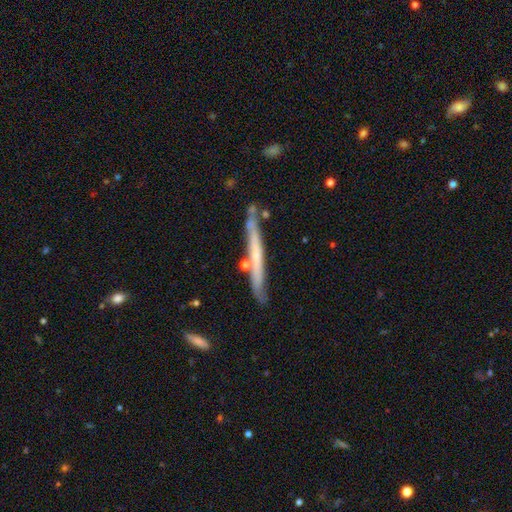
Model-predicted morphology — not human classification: type=featured or disk (57%); edge-on=yes (93%); edge-on bulge=none (76%); merging=none (78%).